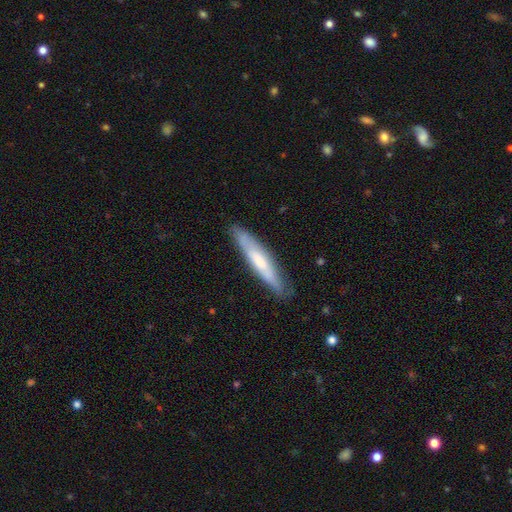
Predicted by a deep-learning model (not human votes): Smooth or featured?
  - featured or disk: 48% *
  - smooth: 46%
  - star or artifact: 7%
Merging?
  - none: 86% *
  - minor disturbance: 11%
  - major disturbance: 2%
  - merger: 1%